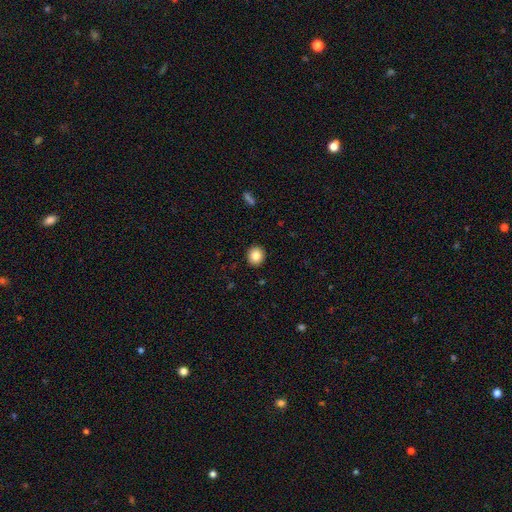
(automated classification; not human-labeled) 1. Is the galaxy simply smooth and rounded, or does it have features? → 84% smooth, 9% star or artifact, 7% featured or disk.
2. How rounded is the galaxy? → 81% round, 18% in between, 1% cigar-shaped.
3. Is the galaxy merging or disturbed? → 92% none, 6% minor disturbance, 2% major disturbance, 1% merger.